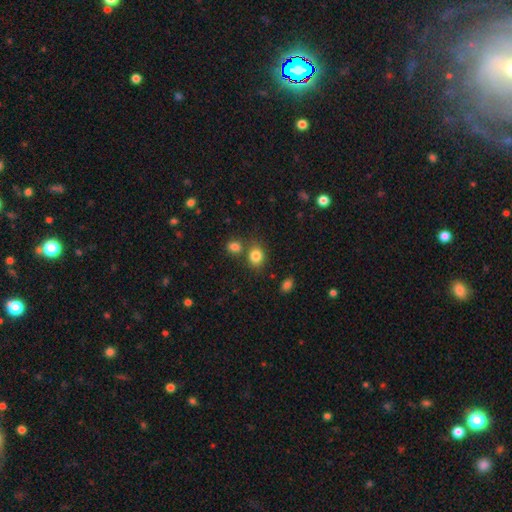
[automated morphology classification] This is clearly a smooth galaxy (83%). How rounded: possibly round (57%). Merging: likely none (66%).